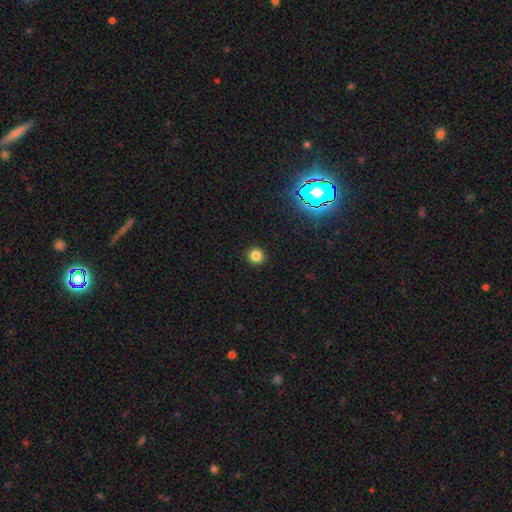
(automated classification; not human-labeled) smooth_or_featured: smooth (p=0.81) [alt: star or artifact p=0.14]
how_rounded: round (p=0.95) [alt: in between p=0.04]
merging: none (p=0.93) [alt: minor disturbance p=0.05]